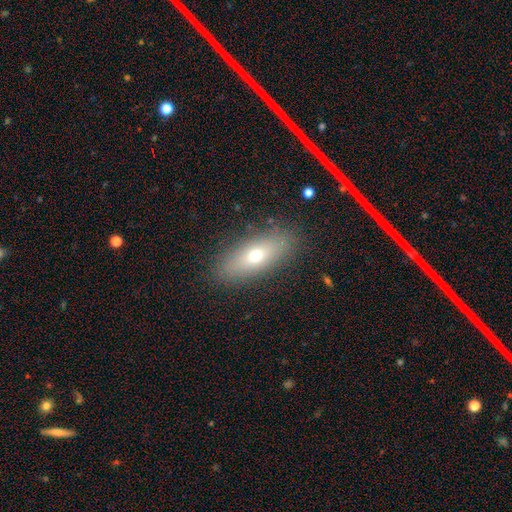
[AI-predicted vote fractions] Morphology: type=smooth (63%); roundness=in between (68%); merging=none (86%).